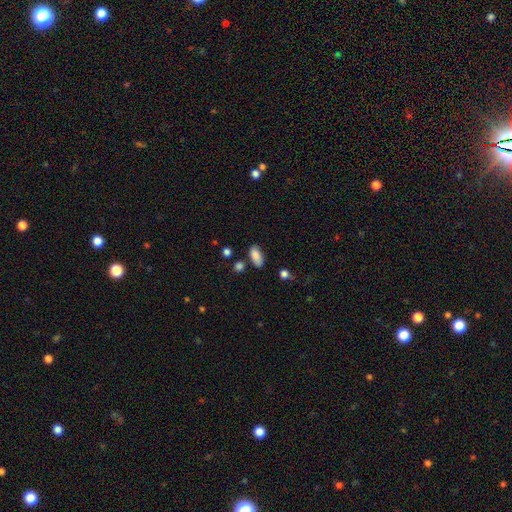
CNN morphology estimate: Overall: smooth (86%). How rounded: in between (90%). Merging: none (76%).